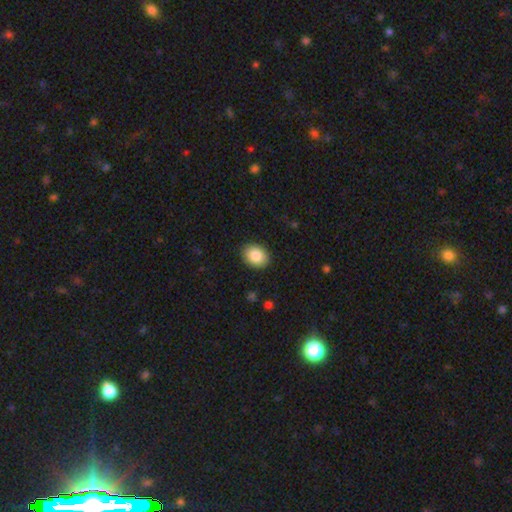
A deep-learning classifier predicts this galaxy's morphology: Smooth or featured? Predicted: smooth (p=0.87). How rounded? Predicted: in between (p=0.59). Merging? Predicted: none (p=0.90).